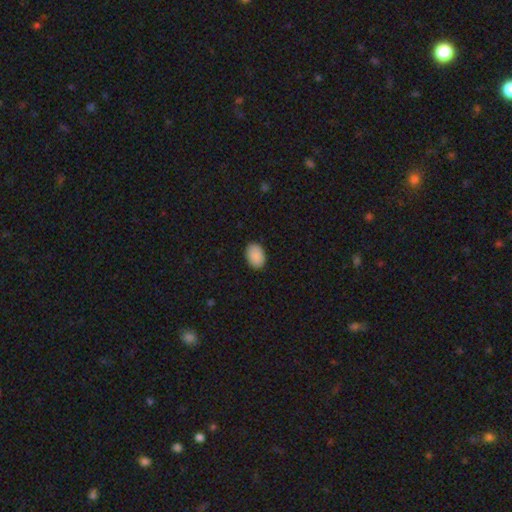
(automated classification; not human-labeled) smooth-or-featured: smooth: 90% | star or artifact: 7% | featured or disk: 3%
  how-rounded: in between: 86% | round: 13% | cigar-shaped: 1%
  merging: none: 89% | minor disturbance: 8% | major disturbance: 2% | merger: 1%